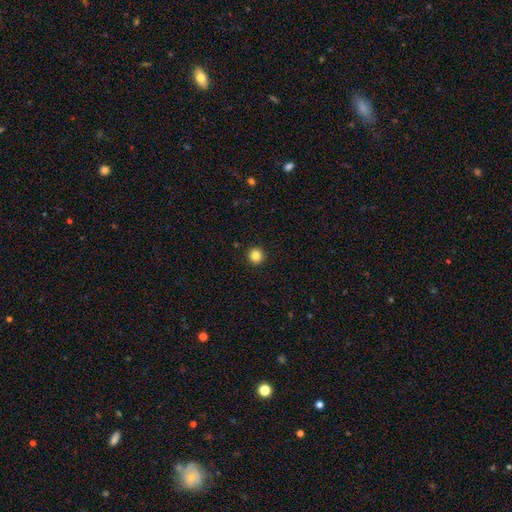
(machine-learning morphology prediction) type=smooth (84%); roundness=round (95%); merging=none (93%).